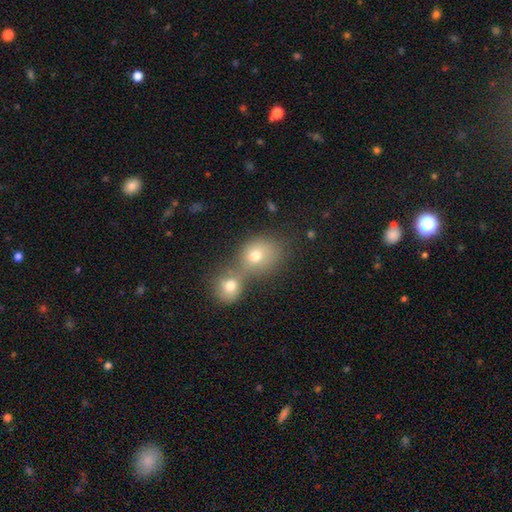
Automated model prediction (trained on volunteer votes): A smooth galaxy with no disk features (73%) that is round (69%). Merging: merger (61%).